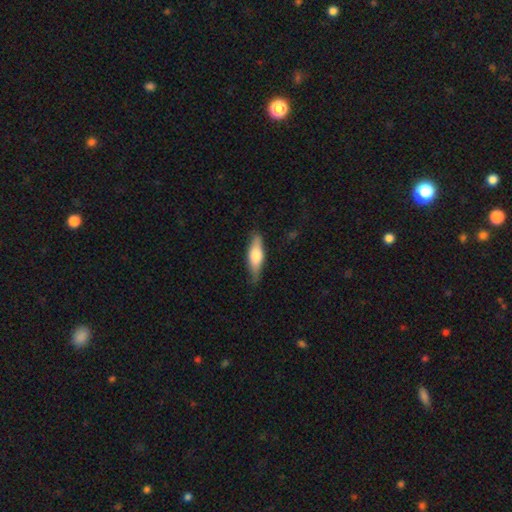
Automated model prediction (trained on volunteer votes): Morphology: type=smooth (60%); roundness=cigar-shaped (52%); merging=none (80%).